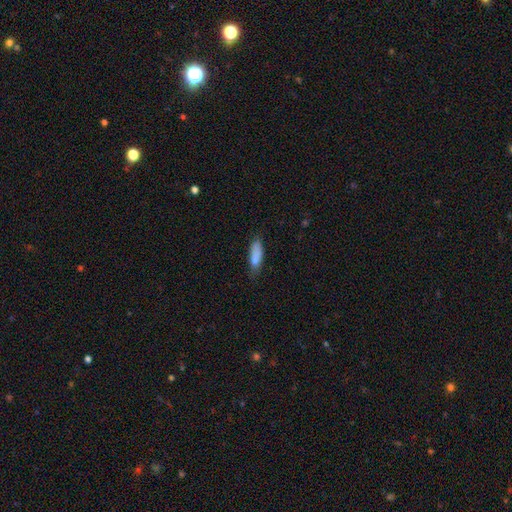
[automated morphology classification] This is clearly a smooth galaxy (85%). How rounded: possibly in between (57%). Merging: likely none (62%).